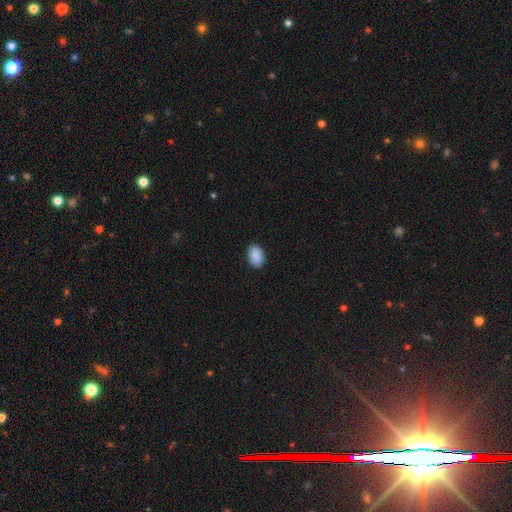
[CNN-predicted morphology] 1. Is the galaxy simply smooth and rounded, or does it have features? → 90% smooth, 7% star or artifact, 2% featured or disk.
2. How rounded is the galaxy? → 81% in between, 18% round, 1% cigar-shaped.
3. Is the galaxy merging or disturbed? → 89% none, 8% minor disturbance, 2% major disturbance, 1% merger.